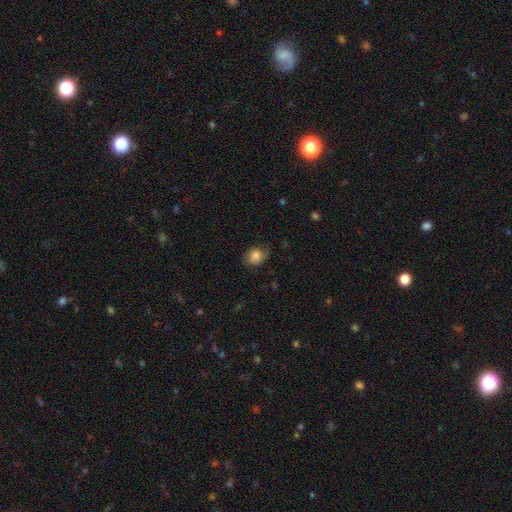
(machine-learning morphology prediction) This is likely a smooth galaxy (74%). How rounded: possibly in between (52%). Merging: likely none (69%).